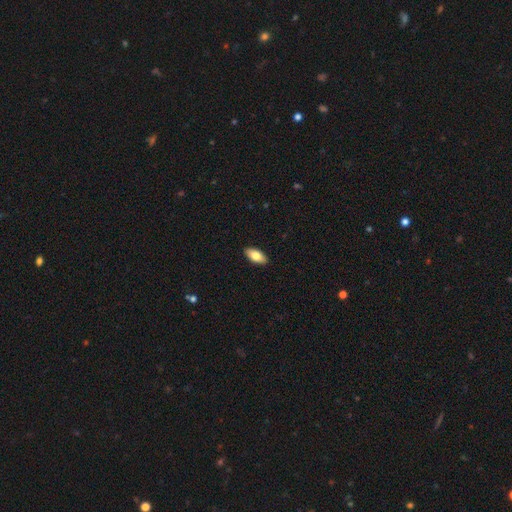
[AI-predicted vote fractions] A smooth galaxy with no disk features (79%) that is in between round and cigar-shaped (90%).

Vote fractions:
- Smooth or featured? smooth: 79% / featured or disk: 15% / star or artifact: 6%
- How rounded? in between: 90% / cigar-shaped: 8% / round: 2%
- Merging? none: 90% / minor disturbance: 7% / major disturbance: 2% / merger: 1%